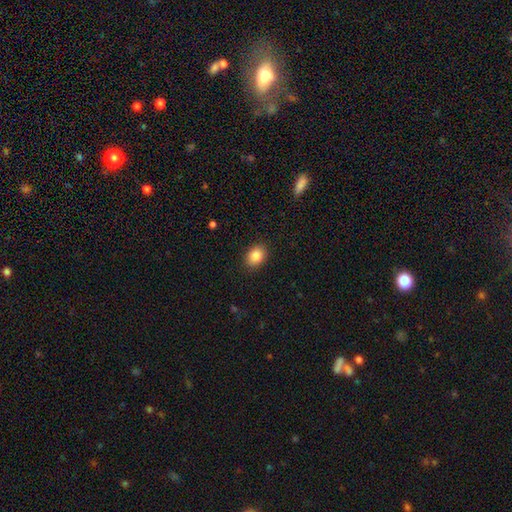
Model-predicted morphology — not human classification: smooth-or-featured: smooth: 86% | star or artifact: 8% | featured or disk: 6%
  how-rounded: in between: 69% | round: 31% | cigar-shaped: 1%
  merging: none: 89% | minor disturbance: 8% | major disturbance: 2% | merger: 1%